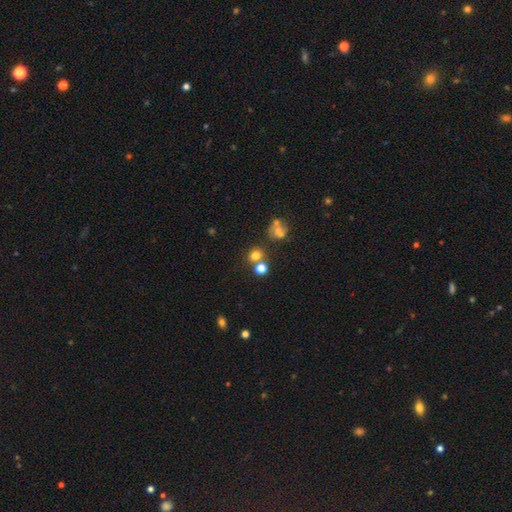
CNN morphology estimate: Q: Smooth or featured?
A: smooth (72%); runner-up: star or artifact (18%)
Q: How rounded?
A: round (70%); runner-up: in between (29%)
Q: Merging?
A: none (60%); runner-up: merger (25%)